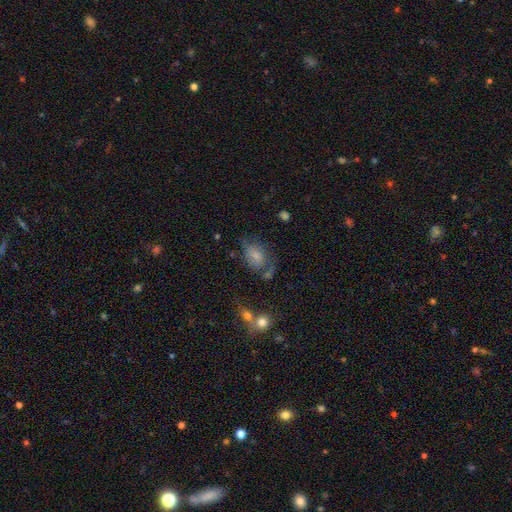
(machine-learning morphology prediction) The model was most divided on "merging": none: 40%, major disturbance: 26%, minor disturbance: 26%, merger: 8%. More confident: how rounded — in between (80%); smooth or featured — smooth (57%).